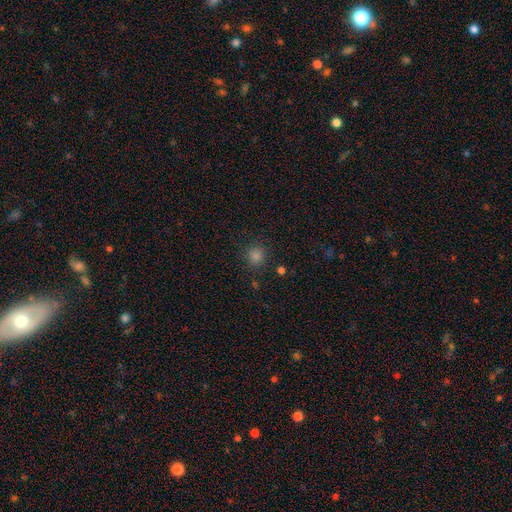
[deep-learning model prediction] Q: Smooth or featured?
A: smooth (77%); runner-up: star or artifact (19%)
Q: How rounded?
A: round (92%); runner-up: in between (7%)
Q: Merging?
A: none (87%); runner-up: minor disturbance (7%)